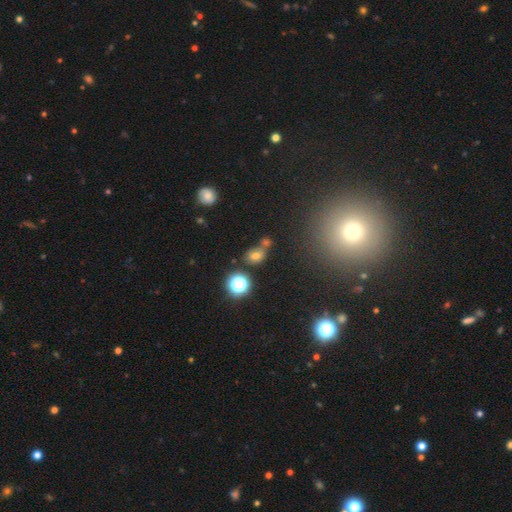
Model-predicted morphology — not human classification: smooth_or_featured: smooth (p=0.61) [alt: star or artifact p=0.26]
how_rounded: in between (p=0.59) [alt: round p=0.39]
merging: none (p=0.48) [alt: merger p=0.33]